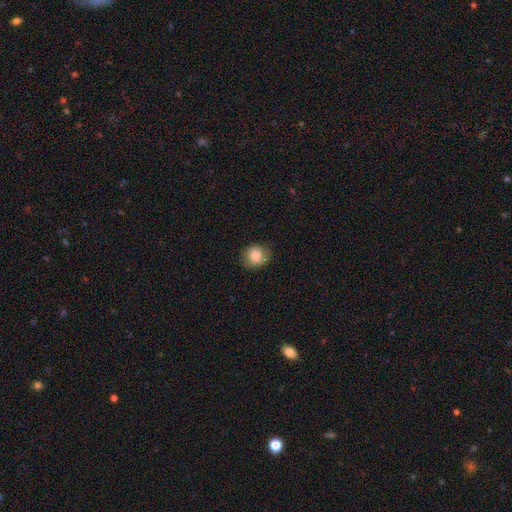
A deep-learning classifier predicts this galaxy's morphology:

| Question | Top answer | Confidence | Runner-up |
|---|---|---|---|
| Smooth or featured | smooth | 84% | star or artifact (8%) |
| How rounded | round | 77% | in between (22%) |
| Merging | none | 78% | minor disturbance (17%) |